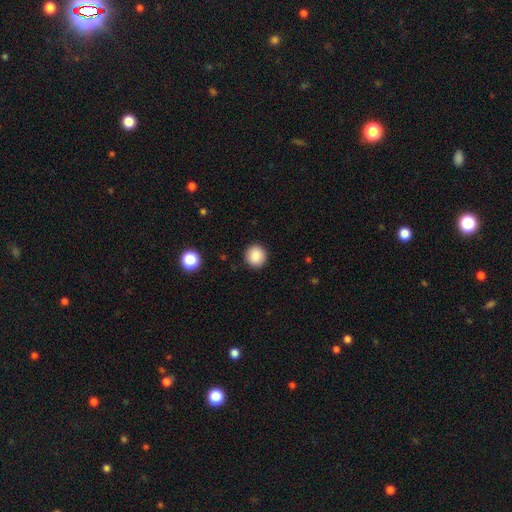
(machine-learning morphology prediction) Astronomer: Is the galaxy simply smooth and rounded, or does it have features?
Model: smooth — 86%.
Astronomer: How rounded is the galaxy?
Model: round — 92%.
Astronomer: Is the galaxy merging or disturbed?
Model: none — 92%.